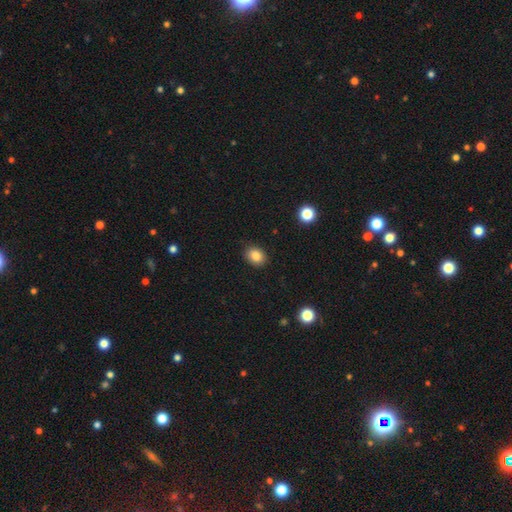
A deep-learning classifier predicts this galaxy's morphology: Q: Smooth or featured?
A: smooth (86%); runner-up: star or artifact (10%)
Q: How rounded?
A: in between (61%); runner-up: round (38%)
Q: Merging?
A: none (86%); runner-up: minor disturbance (10%)